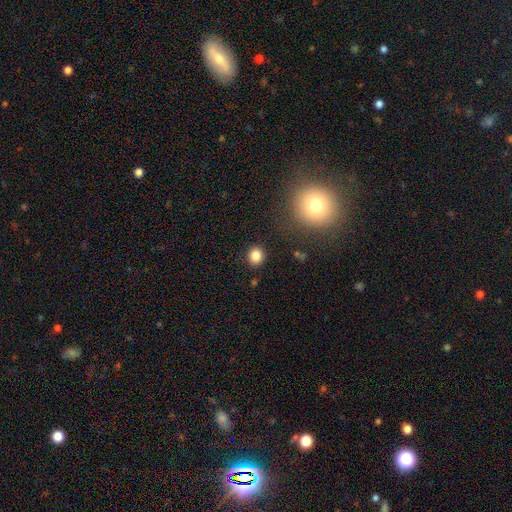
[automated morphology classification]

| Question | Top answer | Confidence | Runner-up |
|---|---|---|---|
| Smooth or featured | smooth | 83% | star or artifact (12%) |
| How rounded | round | 83% | in between (16%) |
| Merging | none | 89% | minor disturbance (7%) |